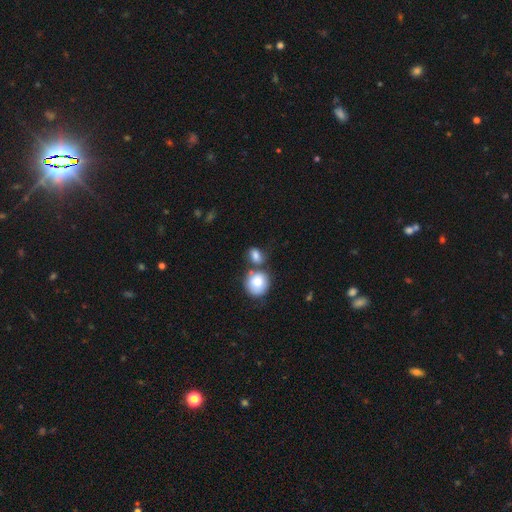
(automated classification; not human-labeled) Smooth or featured?
  - smooth: 80% *
  - featured or disk: 11%
  - star or artifact: 9%
How rounded?
  - in between: 60% *
  - round: 37%
  - cigar-shaped: 3%
Merging?
  - none: 44% *
  - merger: 35%
  - minor disturbance: 15%
  - major disturbance: 6%